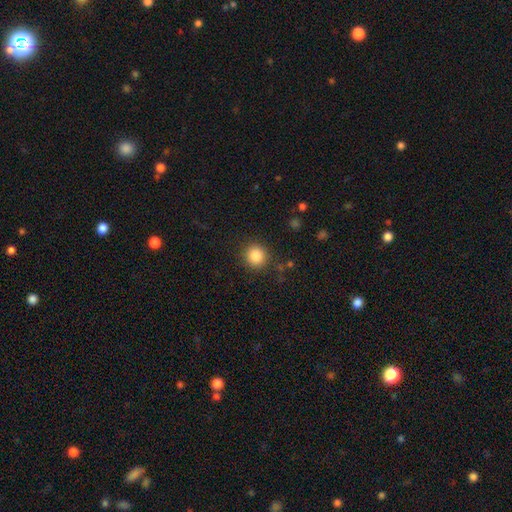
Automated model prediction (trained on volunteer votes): Smooth or featured: smooth — 85% (star or artifact — 11%)
How rounded: round — 92% (in between — 7%)
Merging: none — 88% (minor disturbance — 7%)